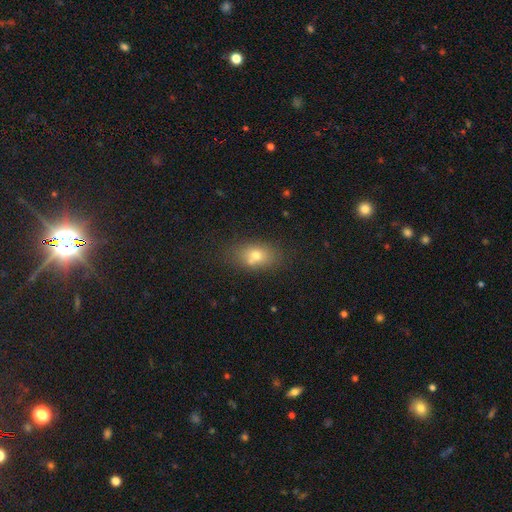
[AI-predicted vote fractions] The model was most divided on "merging": none: 64%, merger: 18%, minor disturbance: 14%, major disturbance: 5%. More confident: how rounded — in between (75%); smooth or featured — smooth (70%).